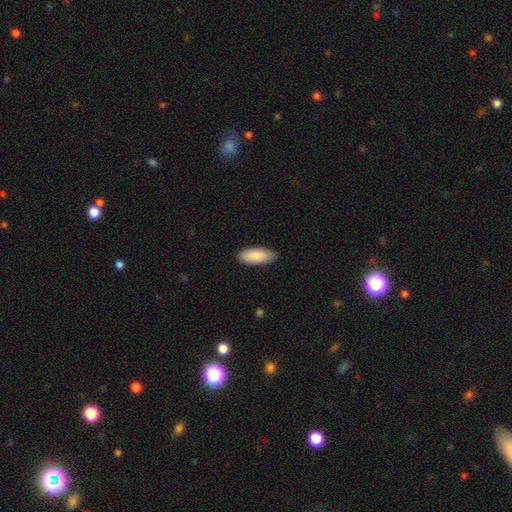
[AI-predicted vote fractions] Smooth or featured: smooth — 88% (featured or disk — 7%)
How rounded: in between — 84% (cigar-shaped — 15%)
Merging: none — 87% (minor disturbance — 10%)